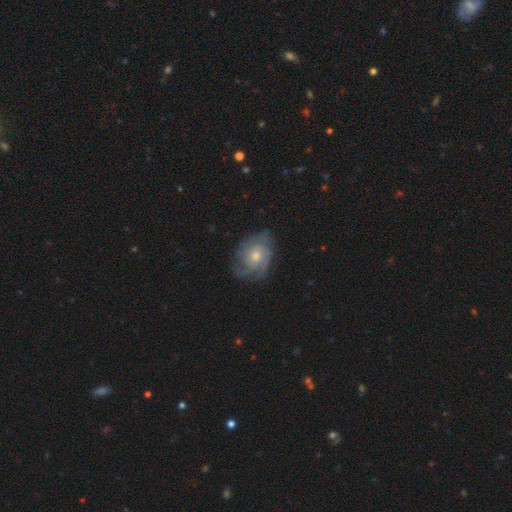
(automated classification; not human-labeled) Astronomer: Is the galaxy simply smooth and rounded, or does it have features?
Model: featured or disk — 76%.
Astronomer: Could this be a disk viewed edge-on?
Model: no — 97%.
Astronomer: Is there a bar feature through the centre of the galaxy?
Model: no — 78%.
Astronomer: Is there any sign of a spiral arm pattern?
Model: yes — 93%.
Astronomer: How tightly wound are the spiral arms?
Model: tight — 53% (runner-up: medium, 36%).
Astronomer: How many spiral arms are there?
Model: can't tell — 30% (runner-up: 3, 28%).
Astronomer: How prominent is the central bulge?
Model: moderate — 59% (runner-up: small, 35%).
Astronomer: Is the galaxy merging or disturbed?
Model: none — 73%.